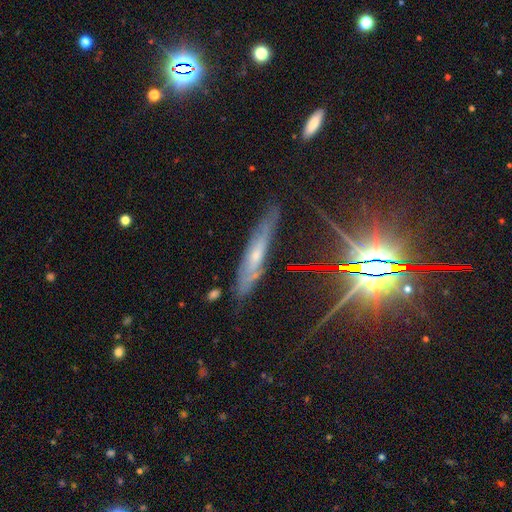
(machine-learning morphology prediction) Overall: featured or disk (59%; smooth 23%). Edge-on disk: yes (67%; no 33%). Merging: none (77%).